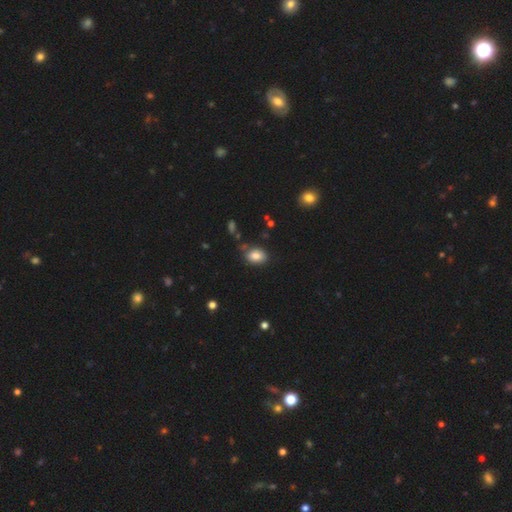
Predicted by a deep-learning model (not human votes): Smooth or featured: smooth — 83% (star or artifact — 10%)
How rounded: in between — 80% (round — 19%)
Merging: none — 75% (minor disturbance — 17%)